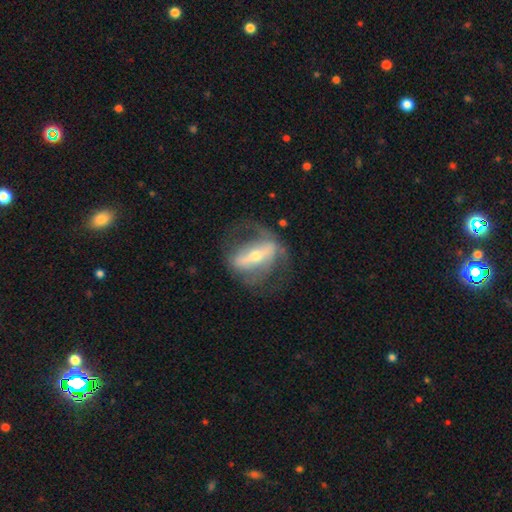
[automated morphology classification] The model was most divided on "bulge size" (2-way tie): moderate: 47%, small: 47%, large: 4%, none: 1%, dominant: 1%. More confident: smooth or featured — featured or disk (78%); edge-on disk — no (77%); bar — strong (74%); spiral arms — yes (56%); merging — none (55%).